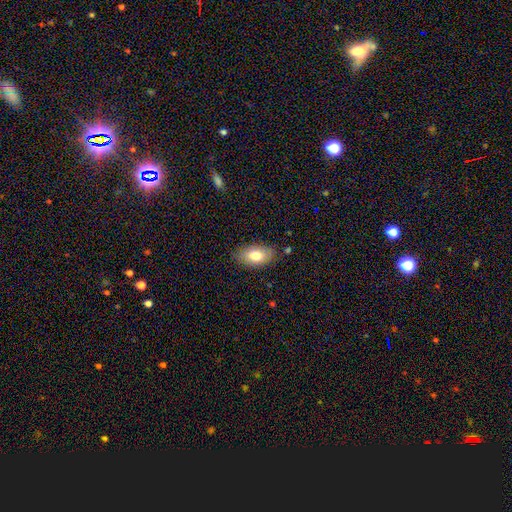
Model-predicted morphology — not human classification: smooth-or-featured: smooth: 77% | featured or disk: 16% | star or artifact: 7%
  how-rounded: in between: 92% | round: 5% | cigar-shaped: 3%
  merging: none: 84% | minor disturbance: 12% | major disturbance: 3% | merger: 2%